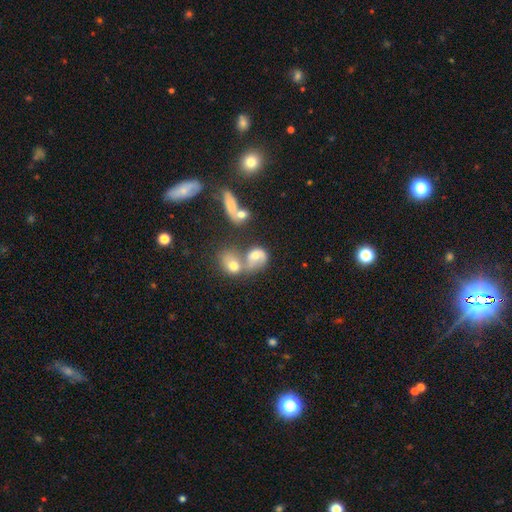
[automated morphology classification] A smooth galaxy with no disk features (51%) that is in between round and cigar-shaped (55%).

Vote fractions:
- Smooth or featured? smooth: 51% / featured or disk: 36% / star or artifact: 13%
- How rounded? in between: 55% / round: 43% / cigar-shaped: 2%
- Merging? merger: 64% / none: 17% / major disturbance: 11% / minor disturbance: 9%